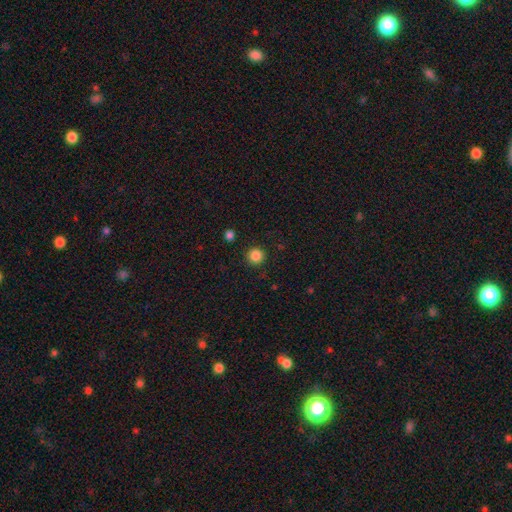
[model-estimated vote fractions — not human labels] Smooth or featured: smooth — 86% (star or artifact — 11%)
How rounded: round — 95% (in between — 4%)
Merging: none — 92% (minor disturbance — 5%)